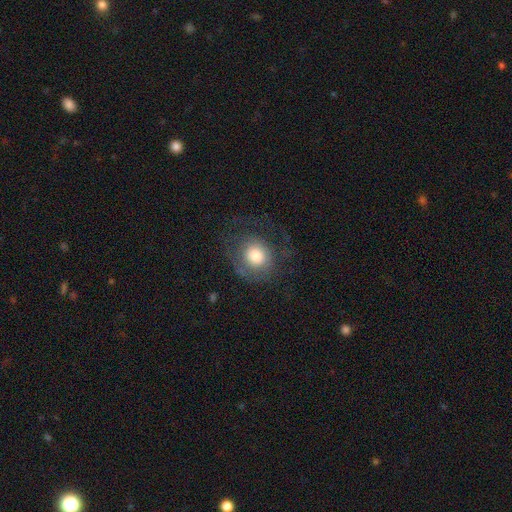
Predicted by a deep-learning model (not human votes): Smooth or featured: smooth — 62% (featured or disk — 29%)
How rounded: round — 78% (in between — 21%)
Merging: none — 55% (major disturbance — 25%)